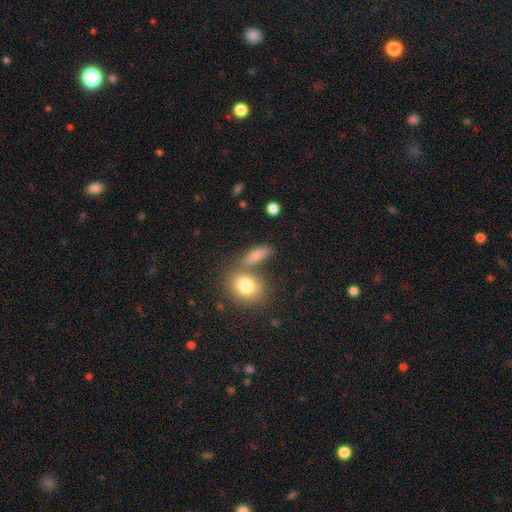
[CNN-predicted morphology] This appears to be a smooth galaxy with no disk features (77%) that is in between round and cigar-shaped (62%). Merging: none (59%).